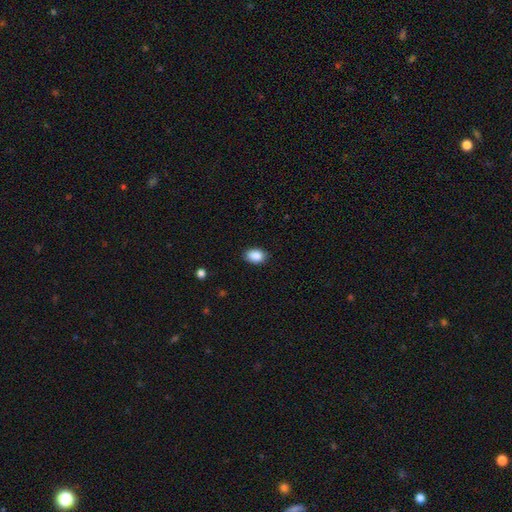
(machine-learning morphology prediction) Smooth or featured?
  - smooth: 89% *
  - star or artifact: 8%
  - featured or disk: 3%
How rounded?
  - in between: 80% *
  - round: 19%
  - cigar-shaped: 1%
Merging?
  - none: 86% *
  - minor disturbance: 11%
  - major disturbance: 2%
  - merger: 1%